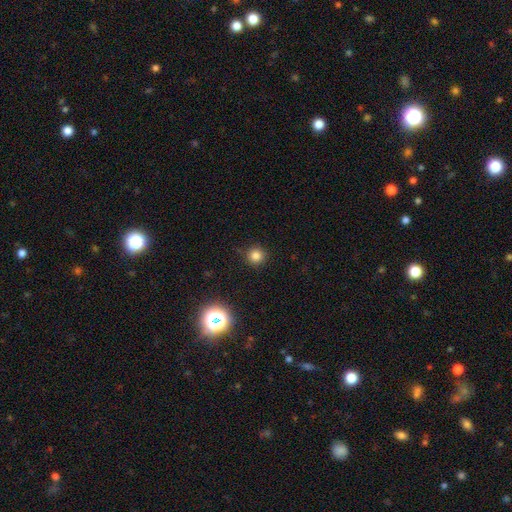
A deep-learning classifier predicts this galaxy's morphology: smooth-or-featured: smooth: 80% | star or artifact: 15% | featured or disk: 5%
  how-rounded: round: 95% | in between: 4% | cigar-shaped: 1%
  merging: none: 89% | minor disturbance: 7% | major disturbance: 2% | merger: 1%